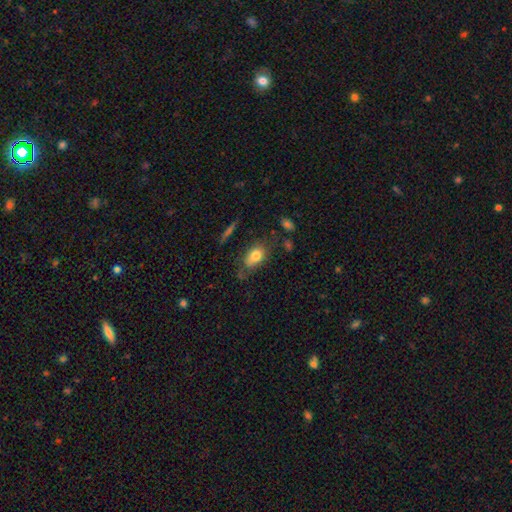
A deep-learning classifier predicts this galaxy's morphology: type=smooth (77%); roundness=in between (84%); merging=none (61%).